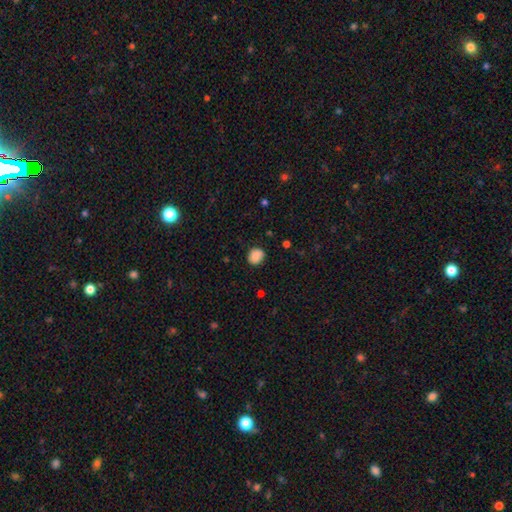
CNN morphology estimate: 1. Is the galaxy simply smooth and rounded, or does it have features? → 86% smooth, 9% star or artifact, 5% featured or disk.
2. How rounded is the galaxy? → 63% round, 36% in between, 1% cigar-shaped.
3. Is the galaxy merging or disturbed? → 81% none, 15% minor disturbance, 3% major disturbance, 1% merger.